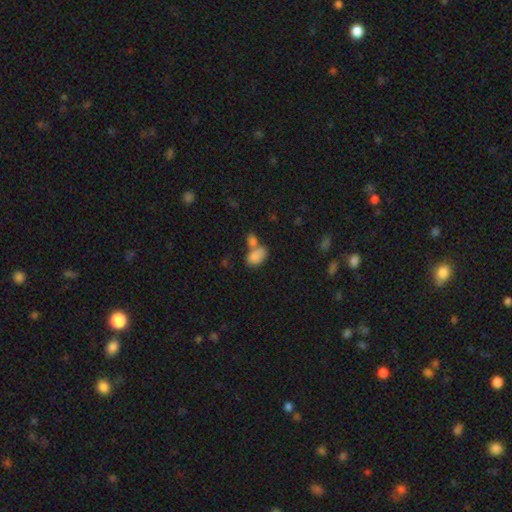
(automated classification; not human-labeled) A smooth galaxy with no disk features (84%) that is in between round and cigar-shaped (91%). Merging: merger (49%).